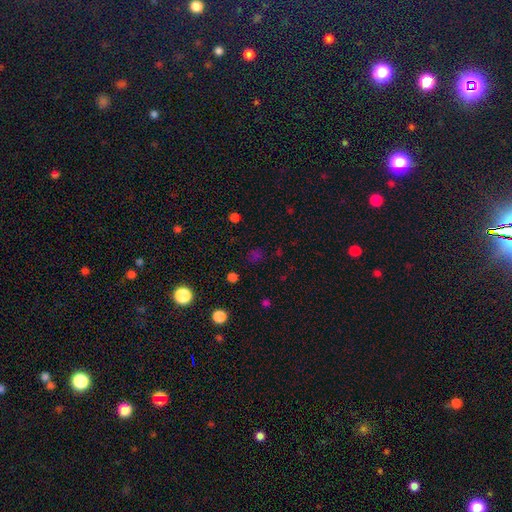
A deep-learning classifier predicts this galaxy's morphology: A smooth galaxy with no disk features (55%) that is round (72%). Merging: none (78%).